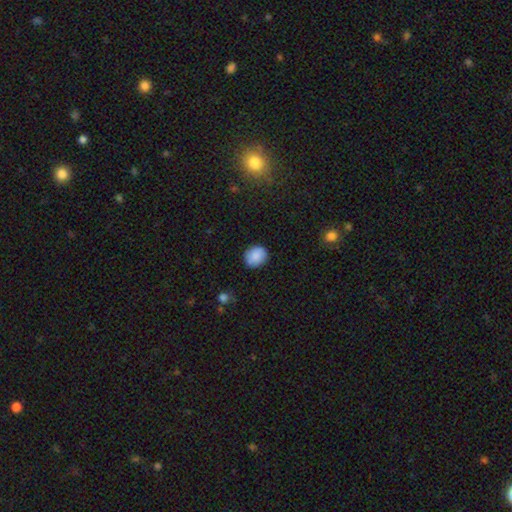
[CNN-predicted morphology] smooth 88%, star or artifact 8%, featured or disk 5%. Down the decision tree: how rounded — round (68%); merging — none (87%).